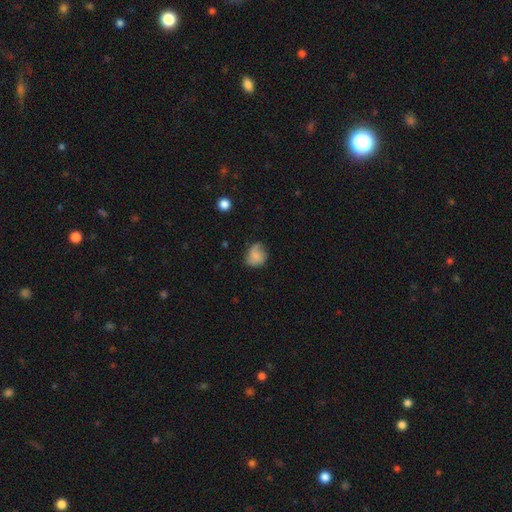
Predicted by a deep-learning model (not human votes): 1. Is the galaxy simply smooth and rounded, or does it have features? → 65% smooth, 25% featured or disk, 9% star or artifact.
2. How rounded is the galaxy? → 65% round, 34% in between, 1% cigar-shaped.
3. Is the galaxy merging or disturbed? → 54% none, 31% minor disturbance, 13% major disturbance, 2% merger.